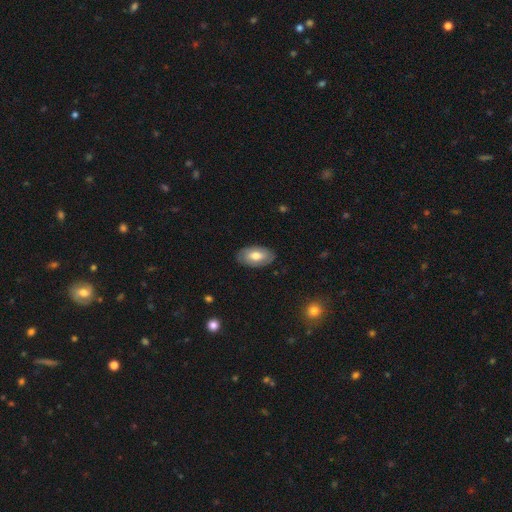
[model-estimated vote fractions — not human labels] Overall: smooth (66%; featured or disk 28%). How rounded: in between (94%). Merging: none (85%).